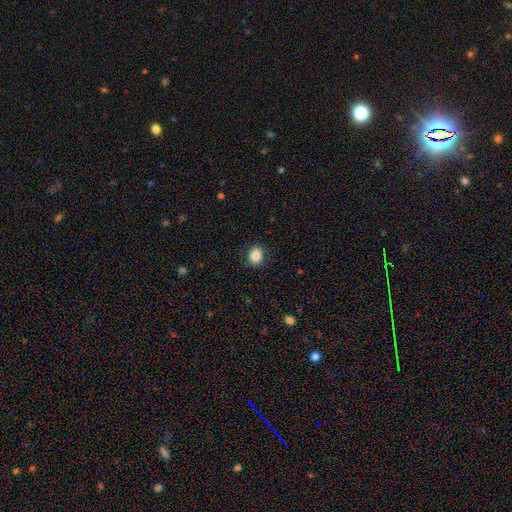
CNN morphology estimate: smooth 85%, star or artifact 9%, featured or disk 6%. Down the decision tree: how rounded — in between (51%); merging — none (87%).